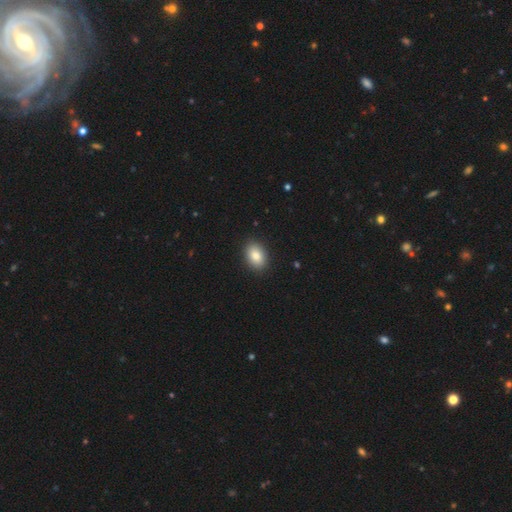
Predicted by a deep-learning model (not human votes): smooth 86%, star or artifact 8%, featured or disk 7%. Down the decision tree: how rounded — in between (84%); merging — none (90%).